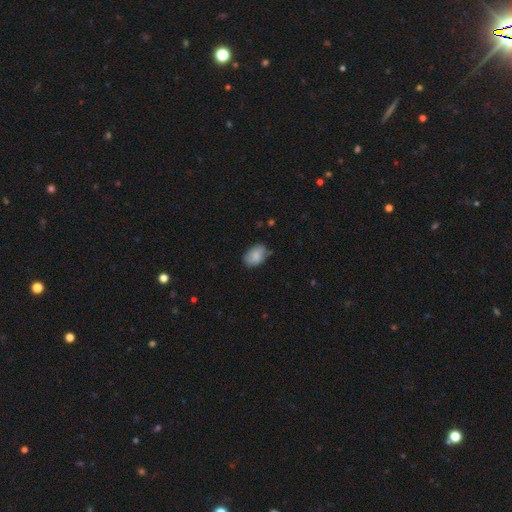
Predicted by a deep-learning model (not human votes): Morphology: type=smooth (83%); roundness=in between (82%); merging=none (68%).